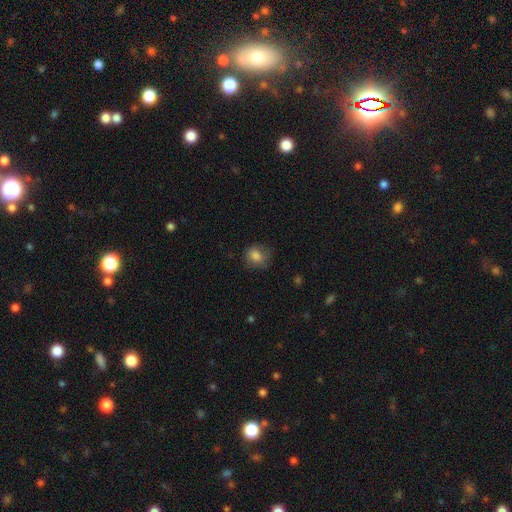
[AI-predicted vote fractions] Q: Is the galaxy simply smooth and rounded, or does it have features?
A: smooth — 80%.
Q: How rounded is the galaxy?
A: round — 71%.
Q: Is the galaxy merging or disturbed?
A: none — 68%.